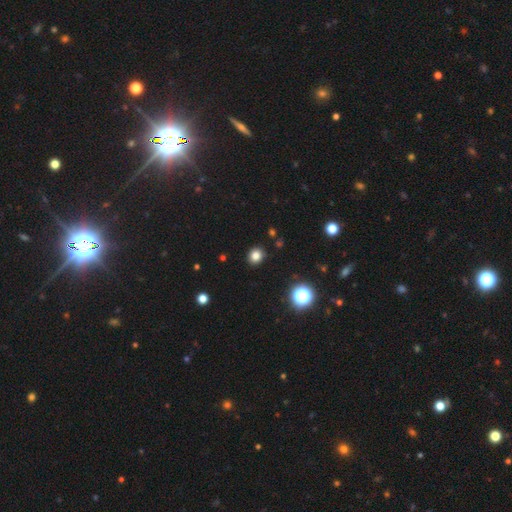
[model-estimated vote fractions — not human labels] Q: Smooth or featured?
A: smooth (81%); runner-up: star or artifact (14%)
Q: How rounded?
A: round (78%); runner-up: in between (22%)
Q: Merging?
A: none (90%); runner-up: minor disturbance (6%)